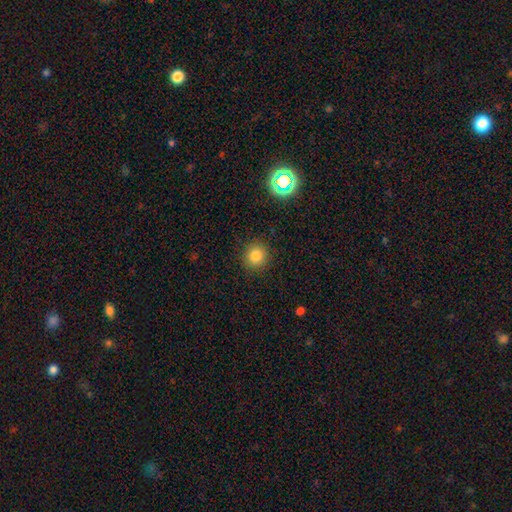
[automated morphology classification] A smooth galaxy with no disk features (81%) that is round (91%). Merging: none (90%).